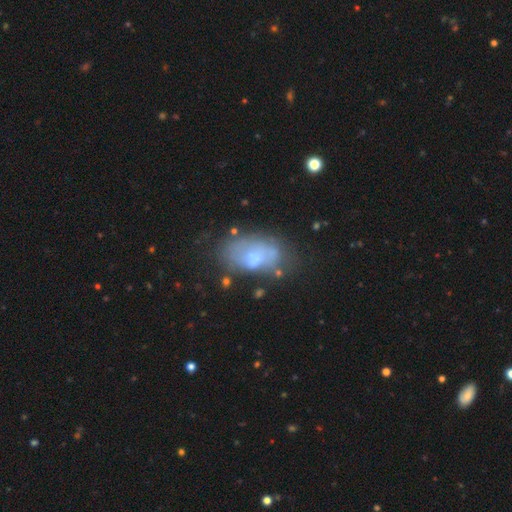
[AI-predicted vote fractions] Smooth or featured: smooth — 52% (featured or disk — 39%)
How rounded: in between — 91% (round — 6%)
Merging: none — 52% (minor disturbance — 26%)